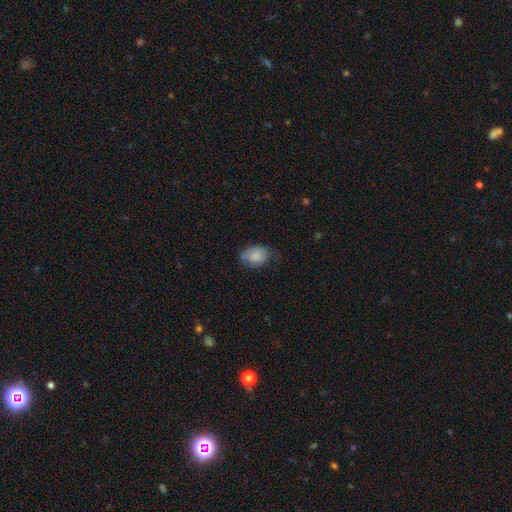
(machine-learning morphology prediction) A smooth galaxy with no disk features (80%) that is in between round and cigar-shaped (77%). Merging: none (59%).